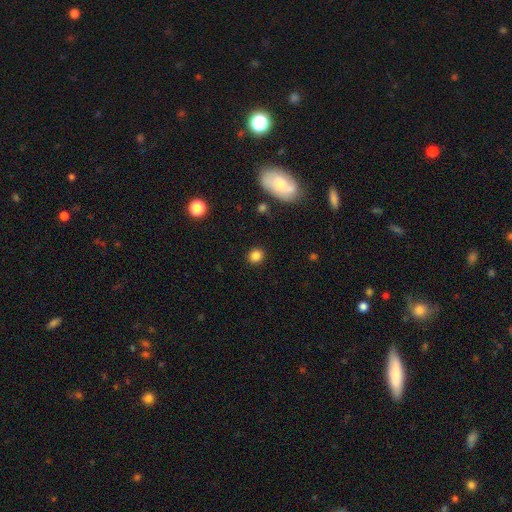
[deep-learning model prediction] This appears to be a smooth galaxy with no disk features (84%) that is round (82%). Merging: none (90%).